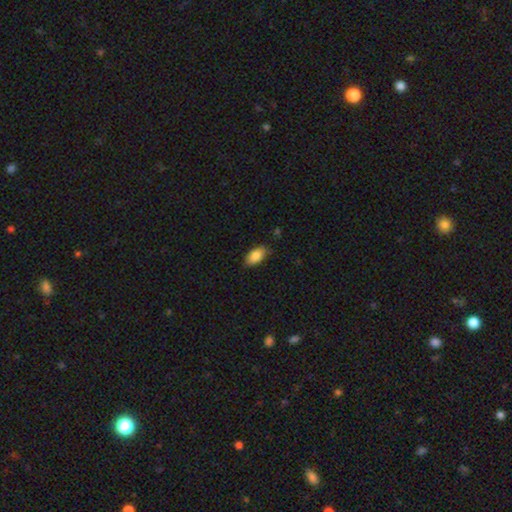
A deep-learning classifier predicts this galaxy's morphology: smooth_or_featured: smooth (p=0.86) [alt: featured or disk p=0.08]
how_rounded: in between (p=0.92) [alt: cigar-shaped p=0.05]
merging: none (p=0.83) [alt: minor disturbance p=0.14]